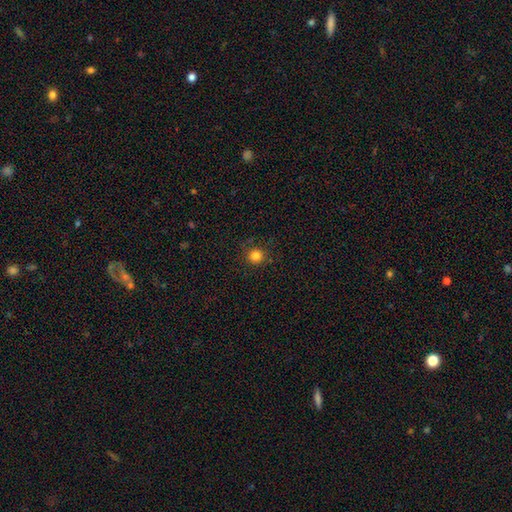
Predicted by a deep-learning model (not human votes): This is clearly a smooth galaxy (82%). How rounded: clearly round (94%). Merging: clearly none (88%).